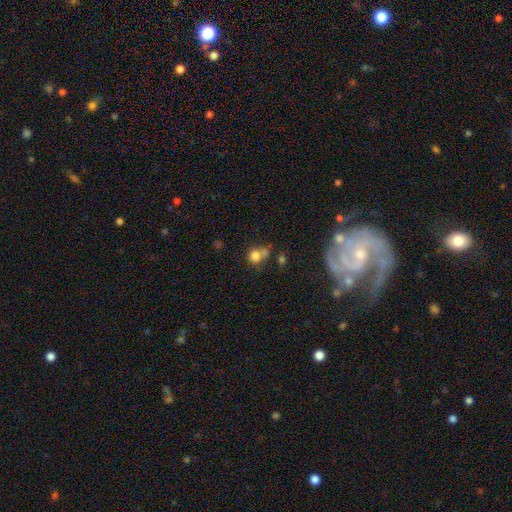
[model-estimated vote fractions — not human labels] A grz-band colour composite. It shows a smooth galaxy with no disk features (77%) that is round (80%). Merging: none (45%).